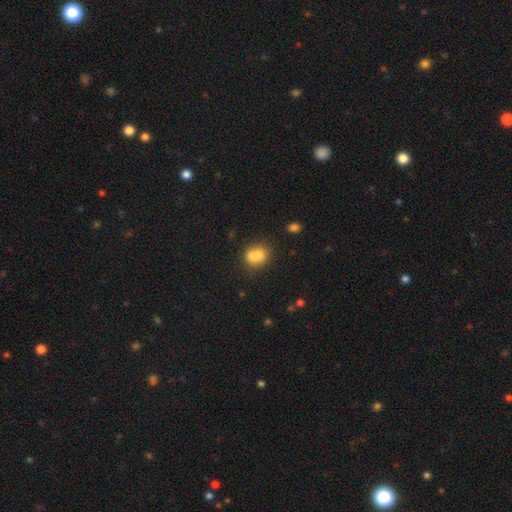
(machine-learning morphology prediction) smooth_or_featured: smooth (p=0.69) [alt: featured or disk p=0.20]
how_rounded: round (p=0.68) [alt: in between p=0.31]
merging: merger (p=0.58) [alt: none p=0.31]